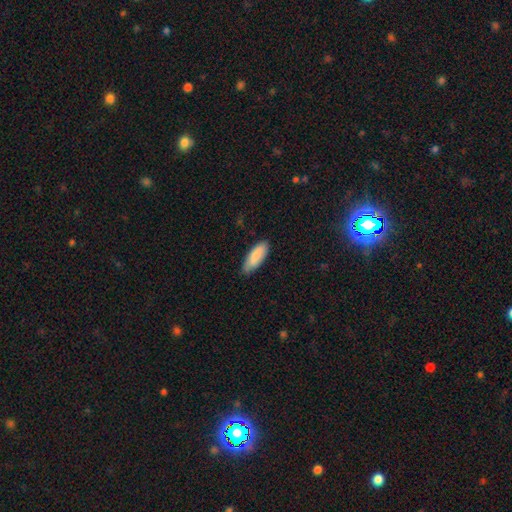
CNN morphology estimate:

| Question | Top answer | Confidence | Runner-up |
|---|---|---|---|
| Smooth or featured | smooth | 85% | featured or disk (10%) |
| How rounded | in between | 71% | cigar-shaped (27%) |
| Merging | none | 77% | minor disturbance (19%) |